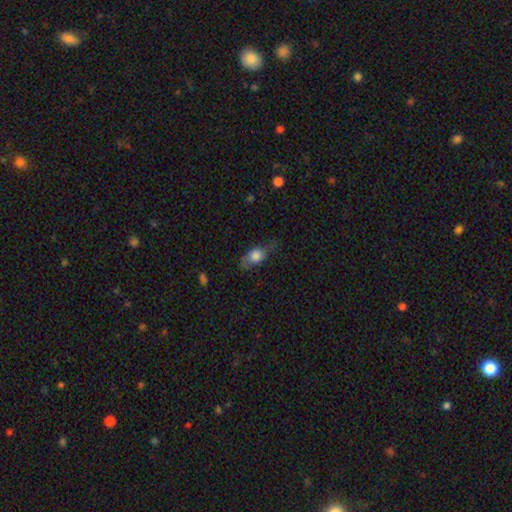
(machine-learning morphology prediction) A smooth galaxy with no disk features (70%) that is in between round and cigar-shaped (72%).

Vote fractions:
- Smooth or featured? smooth: 70% / featured or disk: 21% / star or artifact: 9%
- How rounded? in between: 72% / round: 15% / cigar-shaped: 13%
- Merging? none: 57% / minor disturbance: 29% / major disturbance: 12% / merger: 2%